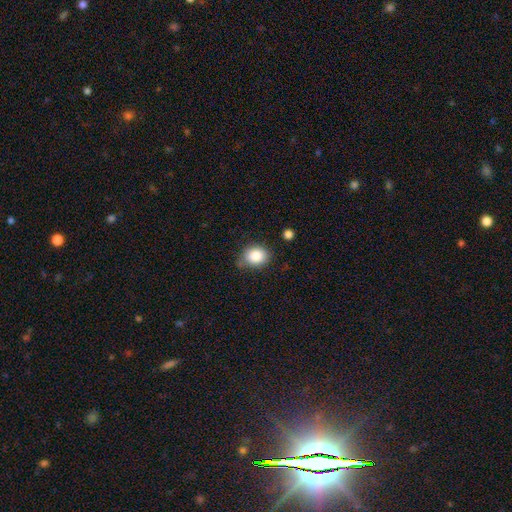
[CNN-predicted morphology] Smooth or featured?
  - smooth: 85% *
  - star or artifact: 9%
  - featured or disk: 6%
How rounded?
  - round: 60% *
  - in between: 39%
  - cigar-shaped: 1%
Merging?
  - none: 73% *
  - minor disturbance: 19%
  - major disturbance: 4%
  - merger: 4%